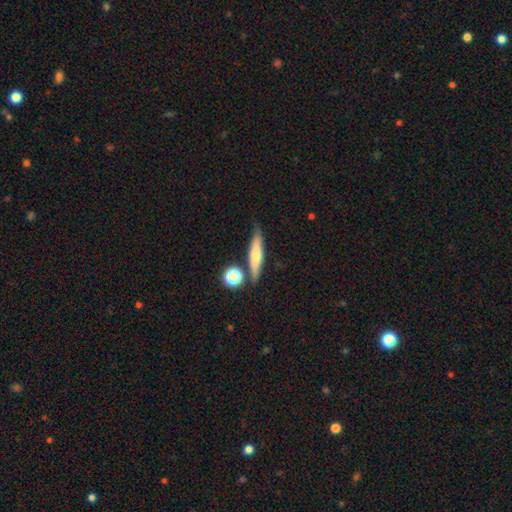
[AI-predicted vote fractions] A smooth galaxy with no disk features (52%) that is cigar-shaped (79%).

Vote fractions:
- Smooth or featured? smooth: 52% / featured or disk: 40% / star or artifact: 8%
- How rounded? cigar-shaped: 79% / in between: 17% / round: 4%
- Merging? none: 77% / minor disturbance: 11% / merger: 9% / major disturbance: 3%